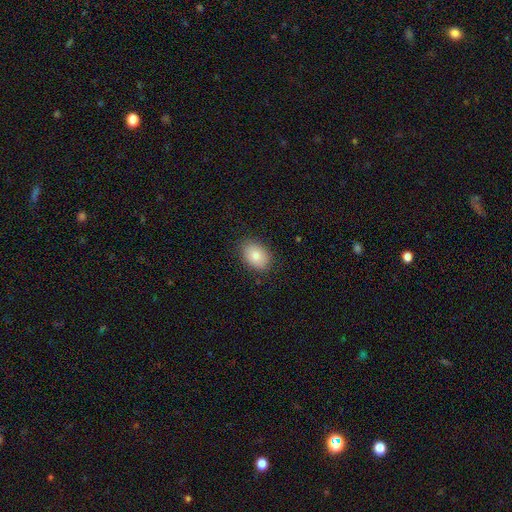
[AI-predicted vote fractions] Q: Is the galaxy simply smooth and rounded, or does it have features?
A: smooth — 82%.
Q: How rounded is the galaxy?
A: in between — 79%.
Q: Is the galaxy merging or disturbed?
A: none — 86%.